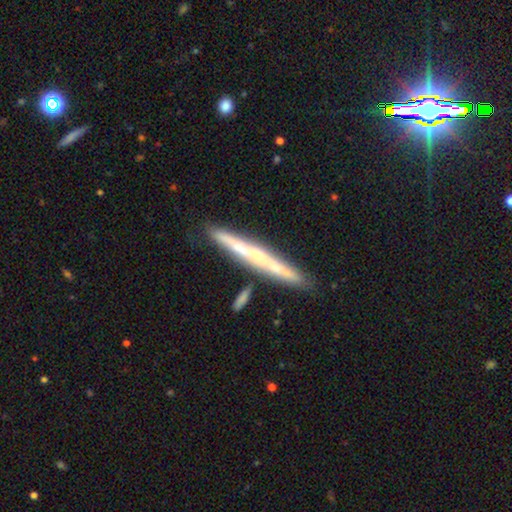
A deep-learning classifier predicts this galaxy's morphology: Q: Smooth or featured?
A: featured or disk (67%); runner-up: smooth (25%)
Q: Edge-on disk?
A: yes (96%); runner-up: no (4%)
Q: Edge-on bulge?
A: none (54%); runner-up: rounded (40%)
Q: Merging?
A: none (85%); runner-up: minor disturbance (9%)